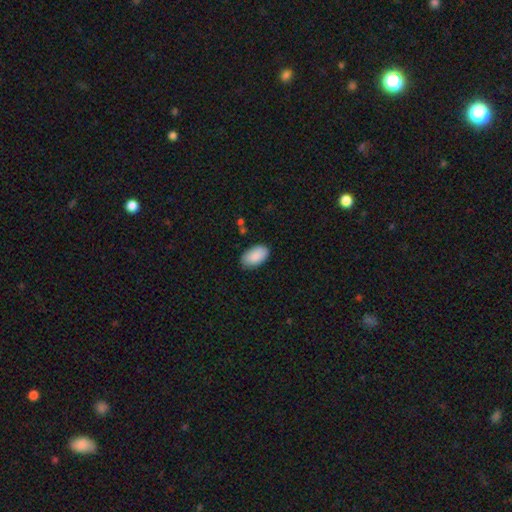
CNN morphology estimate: Smooth or featured? Predicted: smooth (p=0.90). How rounded? Predicted: in between (p=0.95). Merging? Predicted: none (p=0.84).